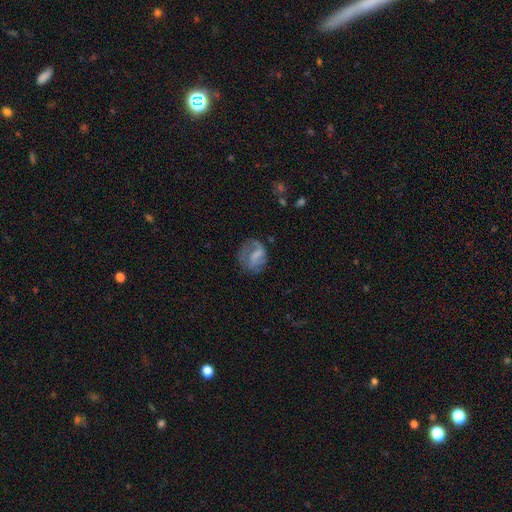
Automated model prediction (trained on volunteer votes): A smooth galaxy with no disk features (46%). Merging: none (49%).